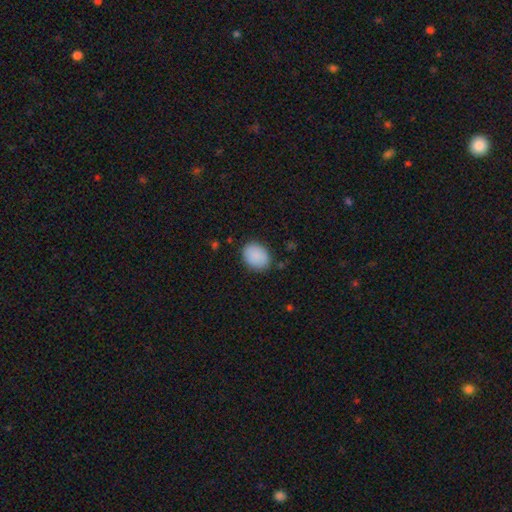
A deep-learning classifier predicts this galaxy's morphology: This is clearly a smooth galaxy (89%). How rounded: likely in between (62%). Merging: clearly none (84%).